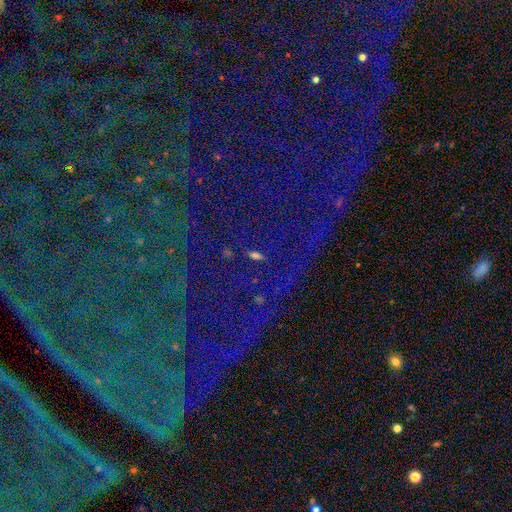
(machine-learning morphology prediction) Q: Smooth or featured?
A: star or artifact (52%); runner-up: smooth (32%)